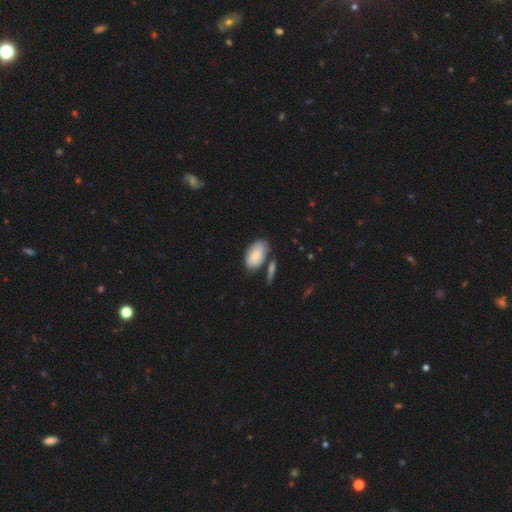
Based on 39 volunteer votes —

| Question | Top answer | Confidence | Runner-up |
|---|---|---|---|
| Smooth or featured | smooth | 85% | featured or disk (15%) |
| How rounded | in between | 91% | cigar-shaped (6%) |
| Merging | none | 56% | minor disturbance (15%) |